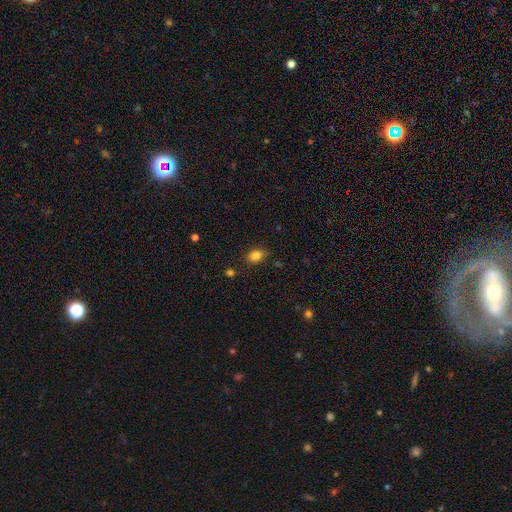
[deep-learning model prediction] Overall: smooth (84%). How rounded: in between (63%; round 36%). Merging: none (83%).